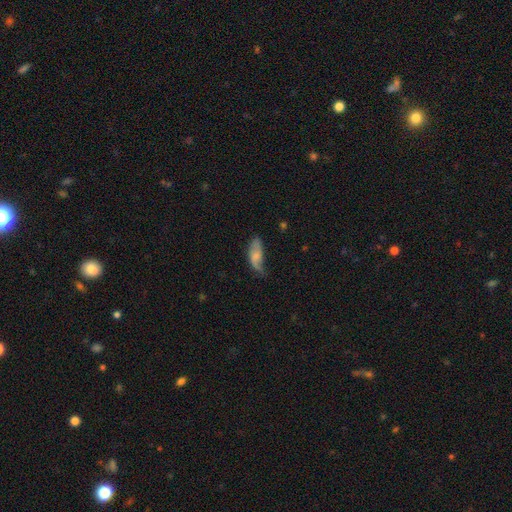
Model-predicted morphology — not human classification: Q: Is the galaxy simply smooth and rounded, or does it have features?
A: smooth — 59%.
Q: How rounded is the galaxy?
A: in between — 82%.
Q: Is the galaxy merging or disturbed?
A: none — 40%.